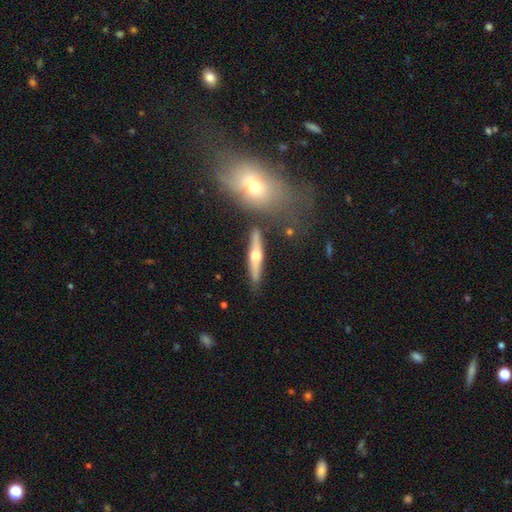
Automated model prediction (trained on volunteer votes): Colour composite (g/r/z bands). It shows a featured or disk galaxy (63%) viewed edge-on (93%) with a rounded central bulge (94%). Merging: none (79%).